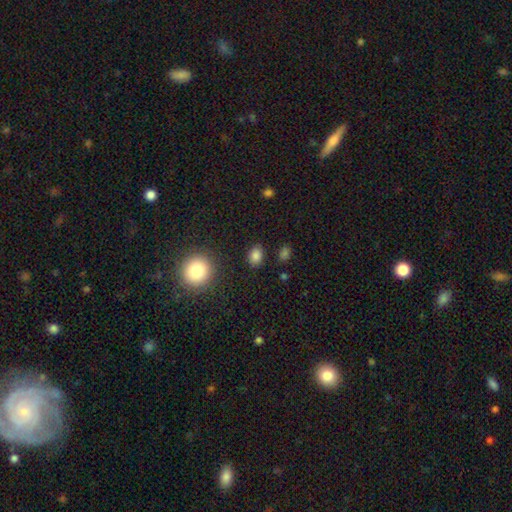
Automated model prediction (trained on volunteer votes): The model was most divided on "how rounded": in between: 70%, round: 29%, cigar-shaped: 1%. More confident: merging — none (86%); smooth or featured — smooth (84%).